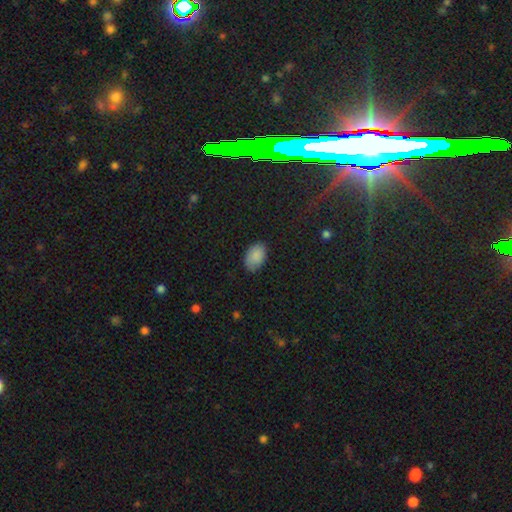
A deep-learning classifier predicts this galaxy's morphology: This appears to be a smooth galaxy with no disk features (87%) that is in between round and cigar-shaped (90%). Merging: none (79%).